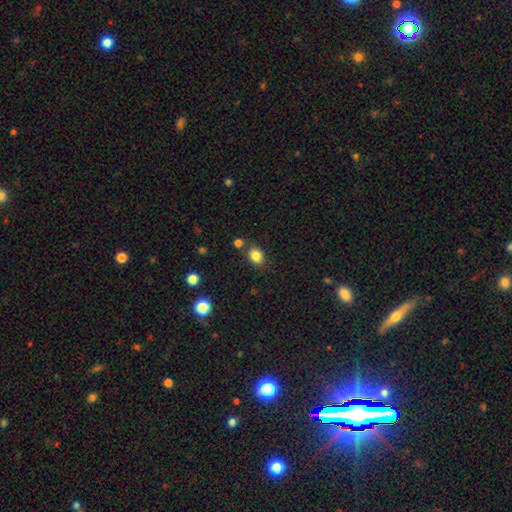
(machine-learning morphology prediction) smooth_or_featured: smooth (p=0.84) [alt: star or artifact p=0.11]
how_rounded: in between (p=0.64) [alt: round p=0.35]
merging: none (p=0.78) [alt: minor disturbance p=0.13]